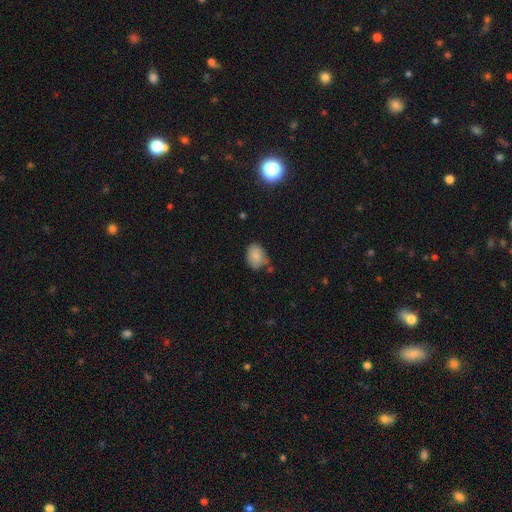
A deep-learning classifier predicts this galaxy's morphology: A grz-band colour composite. It shows a smooth galaxy with no disk features (83%) that is in between round and cigar-shaped (71%). Merging: none (58%).